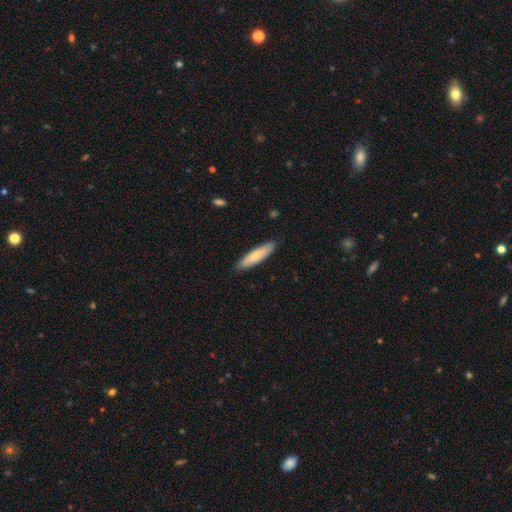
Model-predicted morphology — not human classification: The model was most divided on "how rounded": cigar-shaped: 71%, in between: 28%, round: 1%. More confident: merging — none (88%); smooth or featured — smooth (75%).